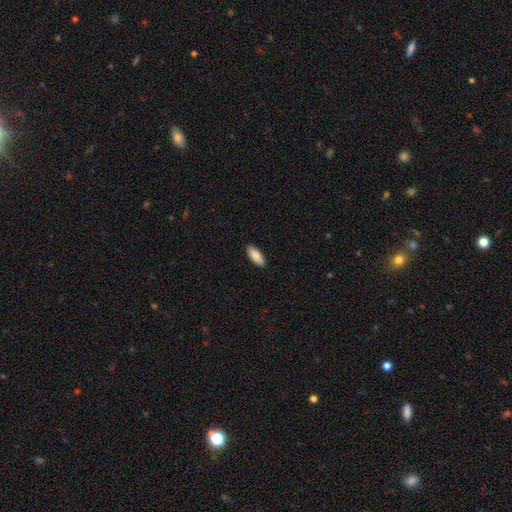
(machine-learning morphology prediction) This is clearly a smooth galaxy (87%). How rounded: likely in between (77%). Merging: clearly none (90%).